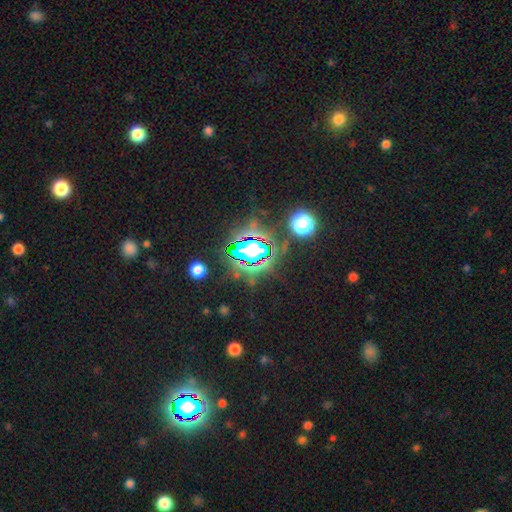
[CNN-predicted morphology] This is likely a star or artifact rather than a galaxy (70%).